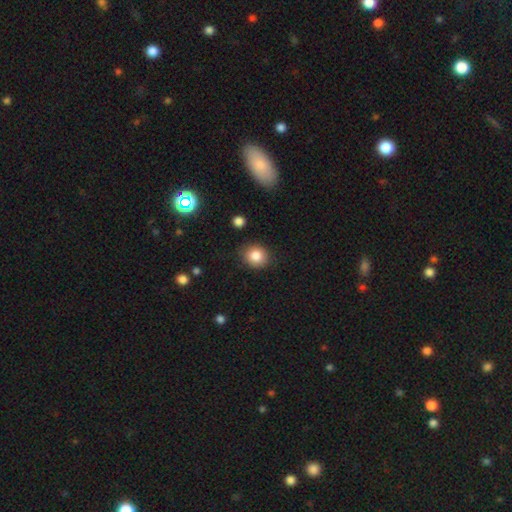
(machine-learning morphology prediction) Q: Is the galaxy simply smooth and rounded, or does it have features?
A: smooth — 84%.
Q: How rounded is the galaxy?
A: round — 77%.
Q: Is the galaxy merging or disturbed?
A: none — 87%.